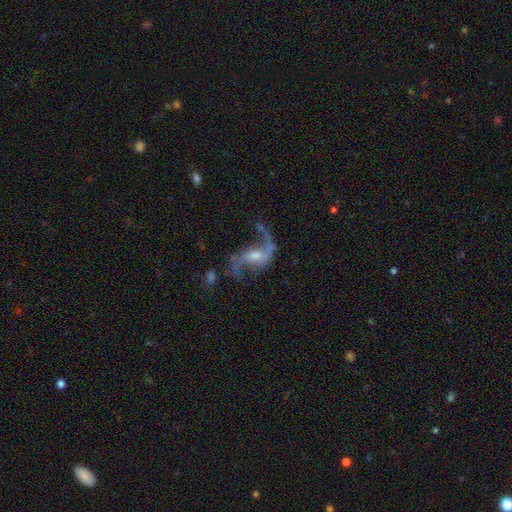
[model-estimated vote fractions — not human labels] smooth_or_featured: featured or disk (p=0.87) [alt: star or artifact p=0.07]
disk_edge_on: no (p=0.96) [alt: yes p=0.04]
bar: weak (p=0.44) [alt: no p=0.34]
has_spiral_arms: yes (p=0.95) [alt: no p=0.05]
spiral_winding: loose (p=0.79) [alt: medium p=0.18]
spiral_arm_count: 2 (p=0.88) [alt: 1 p=0.05]
bulge_size: moderate (p=0.46) [alt: small p=0.41]
merging: none (p=0.60) [alt: major disturbance p=0.19]